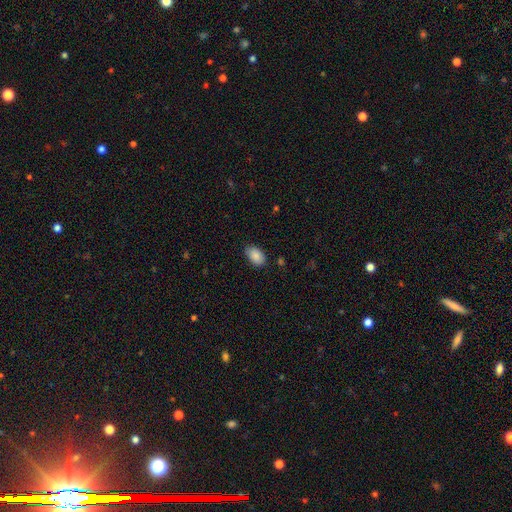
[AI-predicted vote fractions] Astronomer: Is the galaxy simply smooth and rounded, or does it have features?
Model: smooth — 88%.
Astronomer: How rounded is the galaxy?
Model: in between — 92%.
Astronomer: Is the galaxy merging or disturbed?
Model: none — 82%.